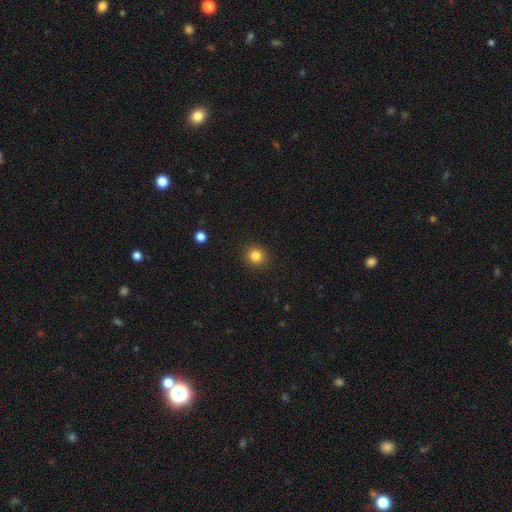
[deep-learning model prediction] Q: Smooth or featured?
A: smooth (83%); runner-up: star or artifact (12%)
Q: How rounded?
A: round (89%); runner-up: in between (10%)
Q: Merging?
A: none (91%); runner-up: minor disturbance (6%)